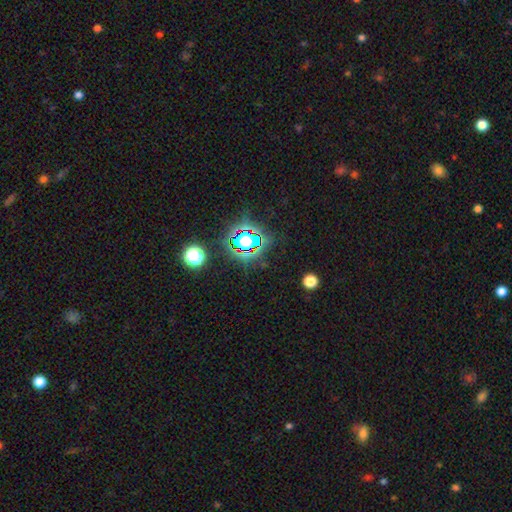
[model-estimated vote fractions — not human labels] A star or artifact, not a galaxy (79%).